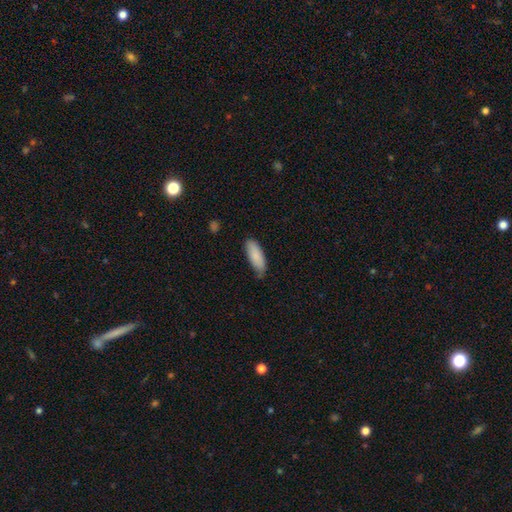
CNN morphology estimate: Overall: smooth (86%). How rounded: in between (73%). Merging: none (69%).